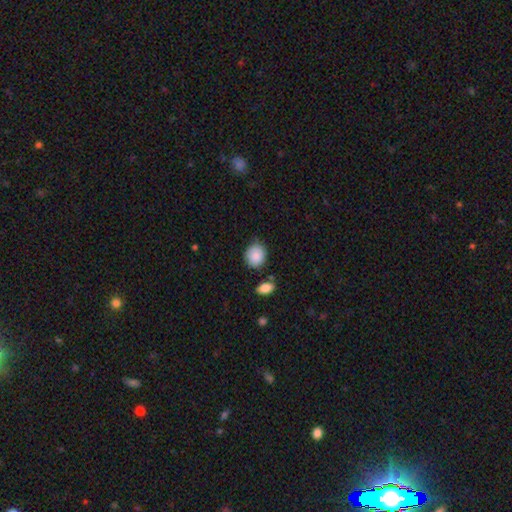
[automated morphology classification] Smooth or featured? smooth (89%)
How rounded? round (76%)
Merging? none (76%)